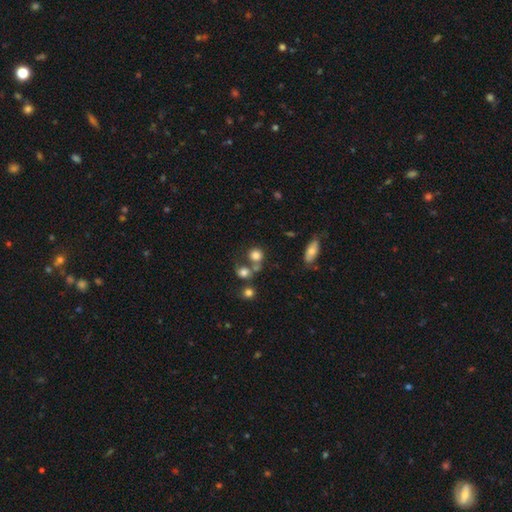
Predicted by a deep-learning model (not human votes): This appears to be a smooth galaxy with no disk features (78%) that is round (82%). Merging: none (51%).